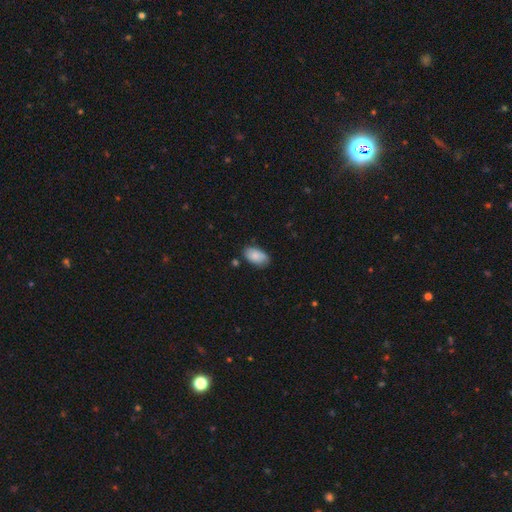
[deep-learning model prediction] smooth-or-featured: smooth: 83% | featured or disk: 11% | star or artifact: 7%
  how-rounded: in between: 94% | round: 4% | cigar-shaped: 1%
  merging: none: 75% | minor disturbance: 19% | major disturbance: 3% | merger: 3%